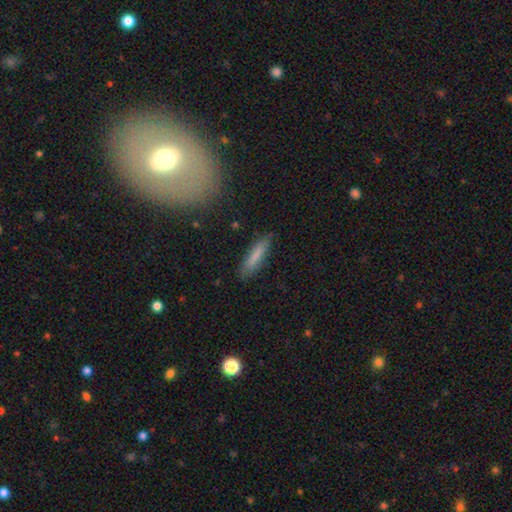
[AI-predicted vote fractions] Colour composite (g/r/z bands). It shows a smooth galaxy with no disk features (77%) that is cigar-shaped (83%). Merging: none (84%).